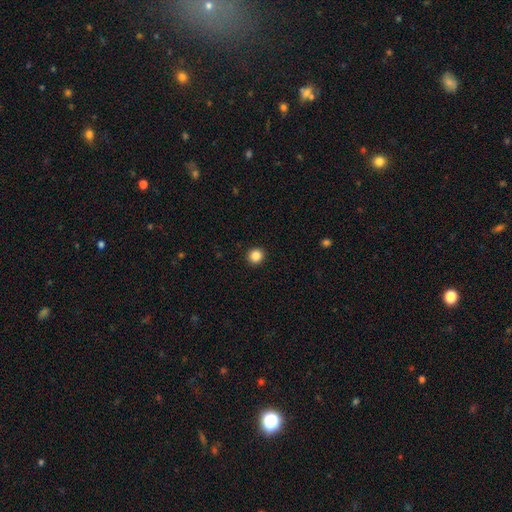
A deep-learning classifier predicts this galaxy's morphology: The model was most divided on "smooth or featured": smooth: 86%, star or artifact: 11%, featured or disk: 3%. More confident: how rounded — round (93%); merging — none (93%).